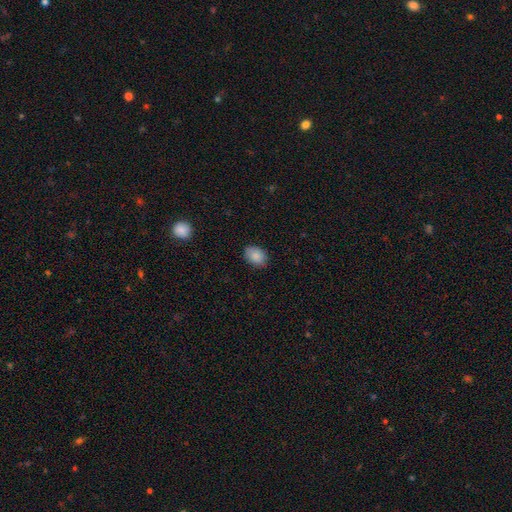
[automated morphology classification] type=smooth (87%); roundness=in between (75%); merging=none (86%).